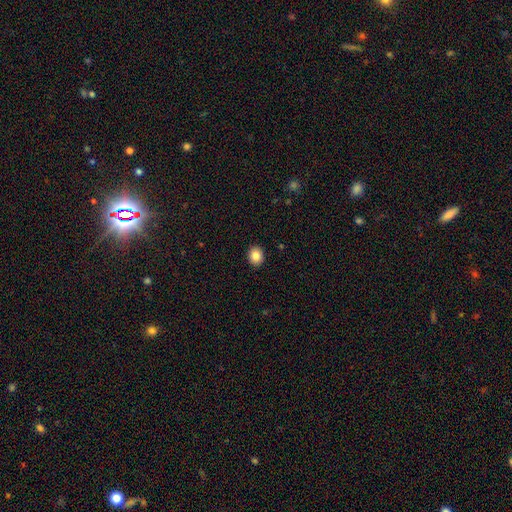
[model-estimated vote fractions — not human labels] The model was most divided on "how rounded": round: 68%, in between: 31%, cigar-shaped: 1%. More confident: merging — none (92%); smooth or featured — smooth (85%).